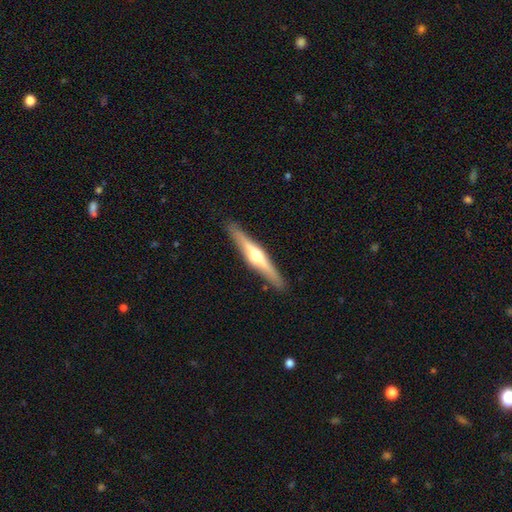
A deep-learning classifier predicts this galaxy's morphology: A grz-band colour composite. It shows a featured or disk galaxy (73%) viewed edge-on (97%) with a rounded central bulge (94%). Merging: none (90%).